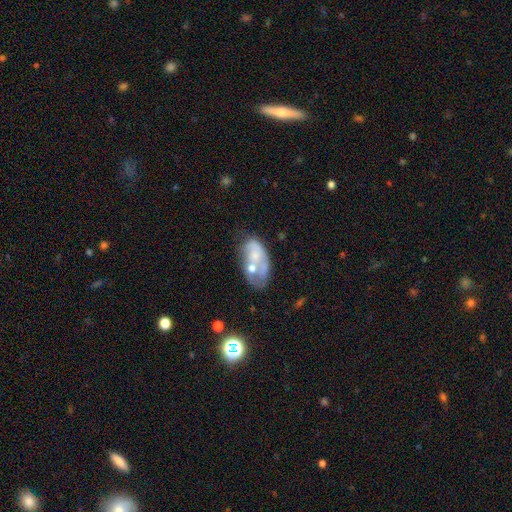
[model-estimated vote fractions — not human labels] Q: Smooth or featured?
A: featured or disk (51%); runner-up: smooth (41%)
Q: Edge-on disk?
A: no (95%); runner-up: yes (5%)
Q: Merging?
A: none (30%); runner-up: merger (28%)